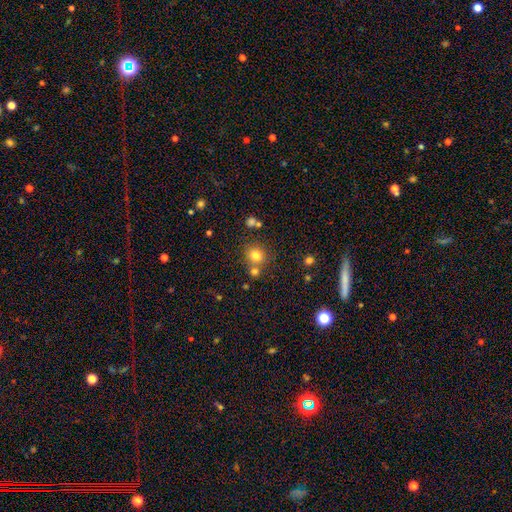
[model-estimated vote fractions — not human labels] Smooth or featured: smooth — 78% (star or artifact — 14%)
How rounded: round — 85% (in between — 15%)
Merging: none — 70% (merger — 18%)